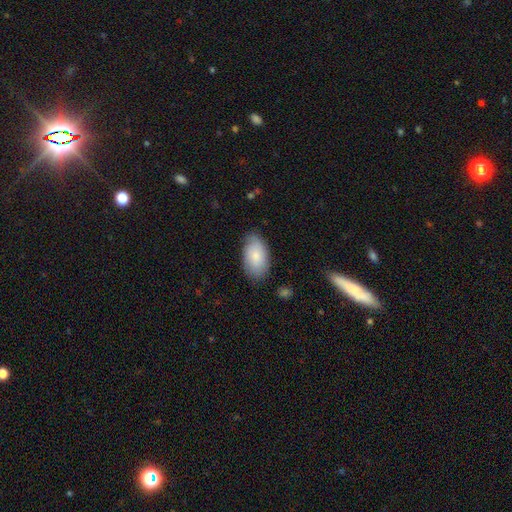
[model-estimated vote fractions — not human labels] Smooth or featured? Predicted: smooth (p=0.81). How rounded? Predicted: in between (p=0.95). Merging? Predicted: none (p=0.78).